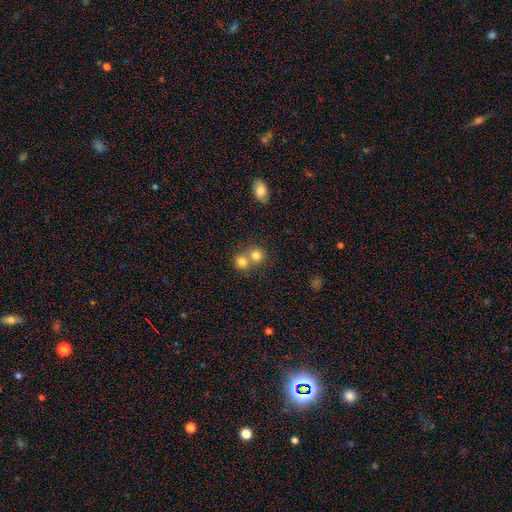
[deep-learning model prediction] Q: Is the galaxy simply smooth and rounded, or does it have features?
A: smooth — 79%.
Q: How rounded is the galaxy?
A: round — 82%.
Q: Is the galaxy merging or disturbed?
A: merger — 51%.